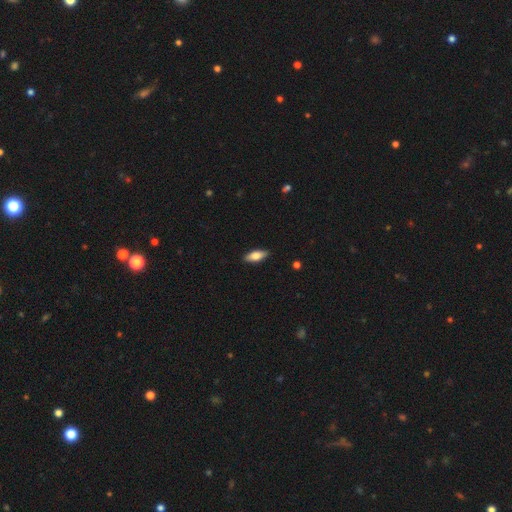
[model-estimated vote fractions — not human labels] Q: Smooth or featured?
A: smooth (71%); runner-up: featured or disk (22%)
Q: How rounded?
A: in between (76%); runner-up: cigar-shaped (22%)
Q: Merging?
A: none (88%); runner-up: minor disturbance (9%)